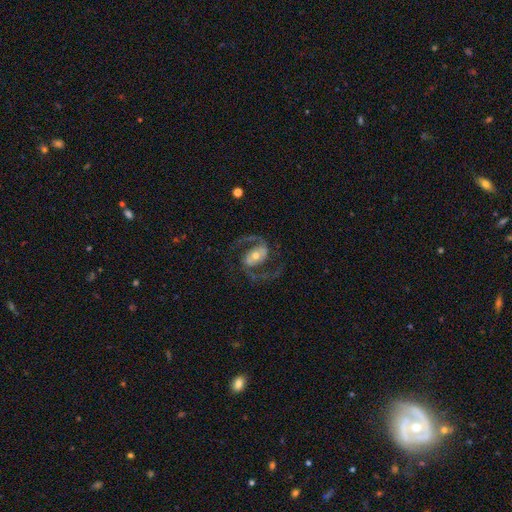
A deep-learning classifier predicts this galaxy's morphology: featured or disk 88%, smooth 6%, star or artifact 5%. Down the decision tree: edge-on disk — no (98%); bar — weak (37%); spiral arms — yes (96%); spiral arm count — 2 (94%); spiral winding — medium (58%); bulge size — moderate (58%); merging — none (76%).